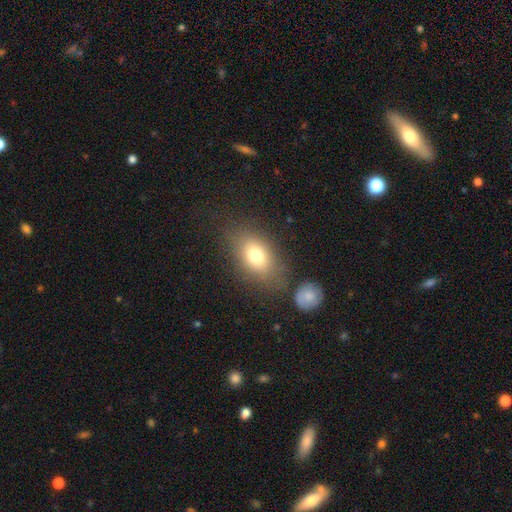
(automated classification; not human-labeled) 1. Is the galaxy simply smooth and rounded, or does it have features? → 75% smooth, 14% featured or disk, 11% star or artifact.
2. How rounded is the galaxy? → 76% in between, 21% round, 3% cigar-shaped.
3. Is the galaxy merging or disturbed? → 70% none, 15% minor disturbance, 8% merger, 7% major disturbance.